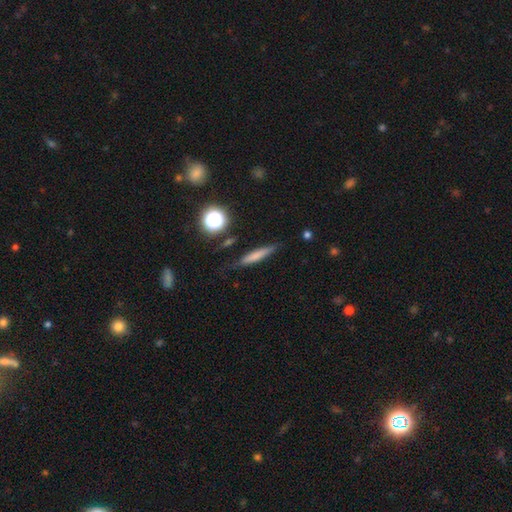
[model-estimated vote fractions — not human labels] Smooth or featured? smooth (66%)
How rounded? cigar-shaped (87%)
Merging? none (80%)